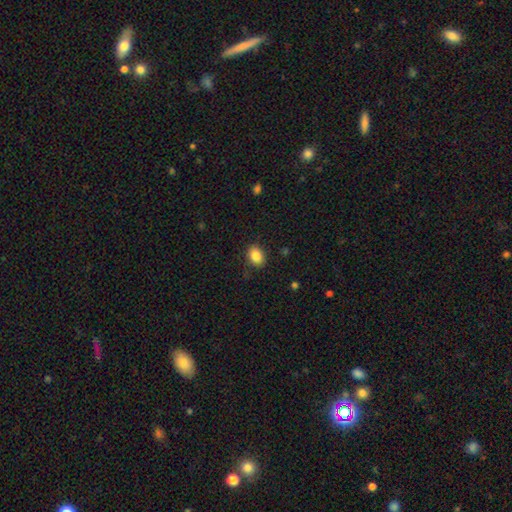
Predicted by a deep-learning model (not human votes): This is clearly a smooth galaxy (86%). How rounded: likely in between (71%). Merging: clearly none (86%).